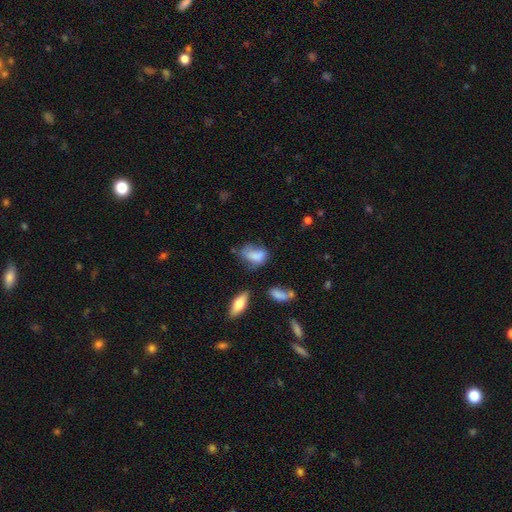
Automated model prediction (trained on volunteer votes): Morphology: type=smooth (73%); roundness=in between (84%); merging=minor disturbance (33%, tied with none).